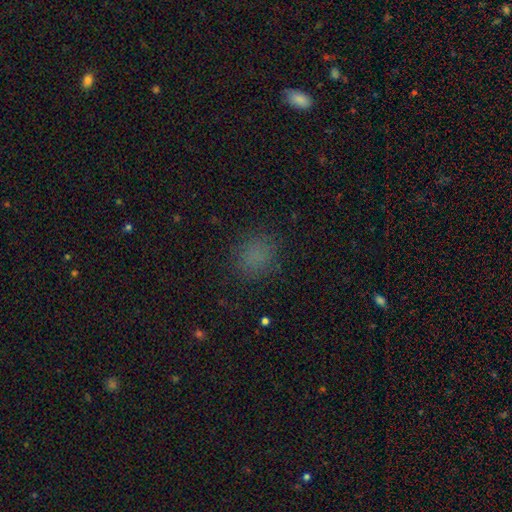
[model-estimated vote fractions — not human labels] smooth-or-featured: smooth: 78% | star or artifact: 17% | featured or disk: 5%
  how-rounded: round: 69% | in between: 30% | cigar-shaped: 1%
  merging: none: 84% | minor disturbance: 11% | major disturbance: 4% | merger: 1%